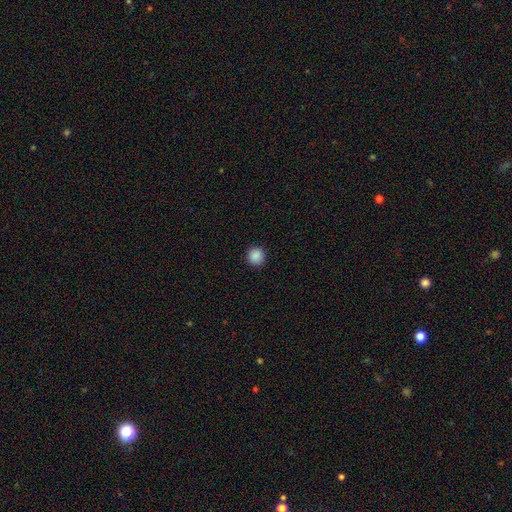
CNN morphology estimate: smooth 88%, star or artifact 9%, featured or disk 3%. Down the decision tree: how rounded — round (93%); merging — none (92%).